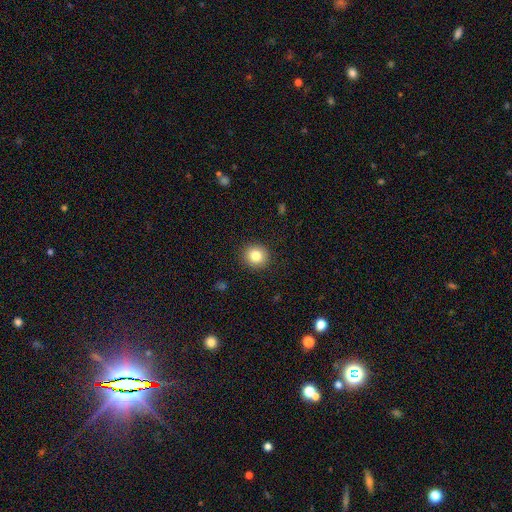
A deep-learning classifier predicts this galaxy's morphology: smooth-or-featured: smooth: 83% | star or artifact: 10% | featured or disk: 7%
  how-rounded: round: 90% | in between: 9% | cigar-shaped: 1%
  merging: none: 91% | minor disturbance: 6% | major disturbance: 2% | merger: 1%